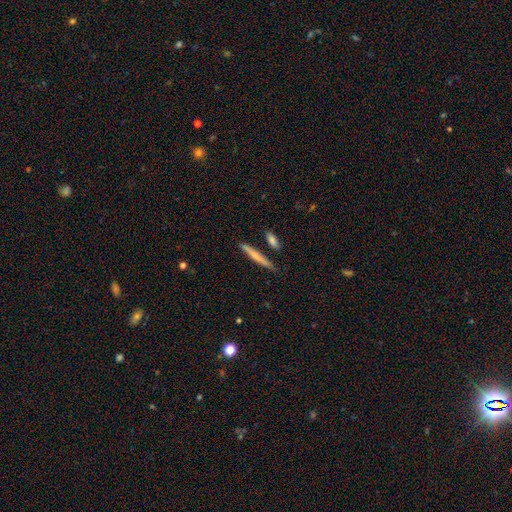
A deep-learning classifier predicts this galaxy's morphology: Smooth or featured? smooth (51%)
How rounded? cigar-shaped (94%)
Merging? none (82%)